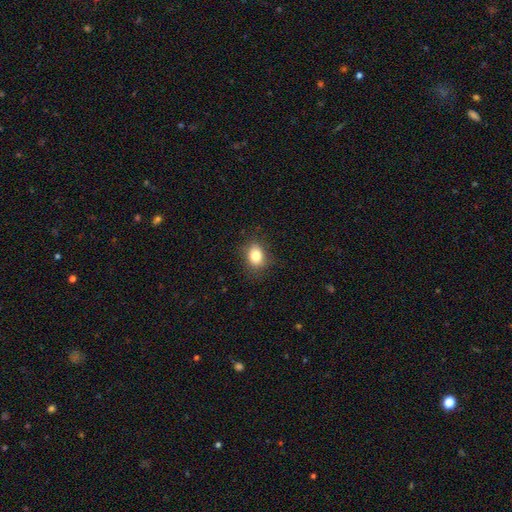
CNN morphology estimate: Smooth or featured? smooth (81%)
How rounded? in between (54%)
Merging? none (82%)